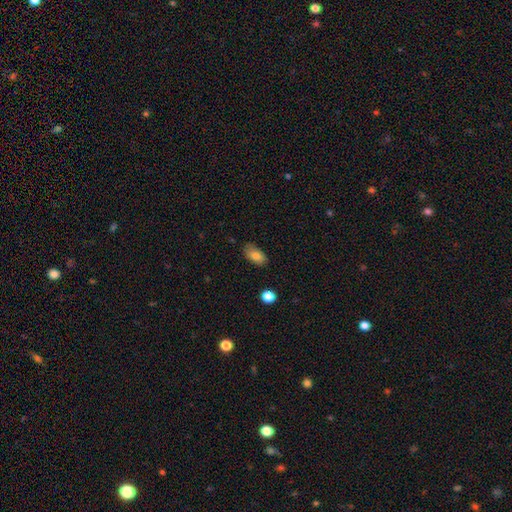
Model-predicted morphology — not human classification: Q: Smooth or featured?
A: smooth (82%); runner-up: featured or disk (9%)
Q: How rounded?
A: in between (91%); runner-up: round (5%)
Q: Merging?
A: none (79%); runner-up: minor disturbance (17%)